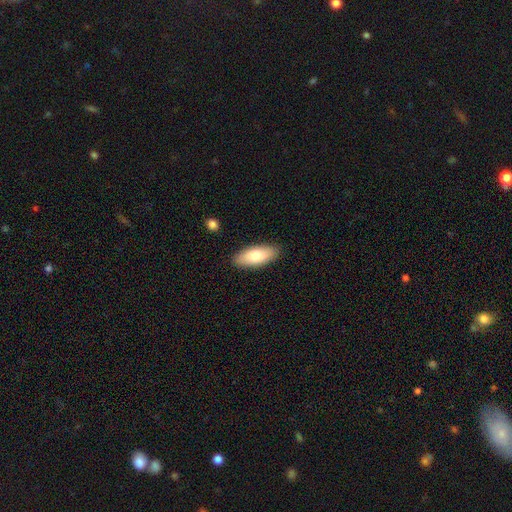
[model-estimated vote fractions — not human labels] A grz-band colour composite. It shows a smooth galaxy with no disk features (75%) that is in between round and cigar-shaped (80%). Merging: none (89%).